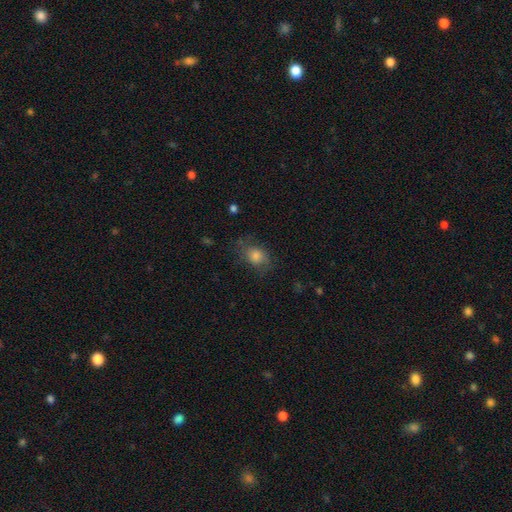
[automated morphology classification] This appears to be a smooth galaxy with no disk features (70%) that is in between round and cigar-shaped (58%). Merging: none (66%).